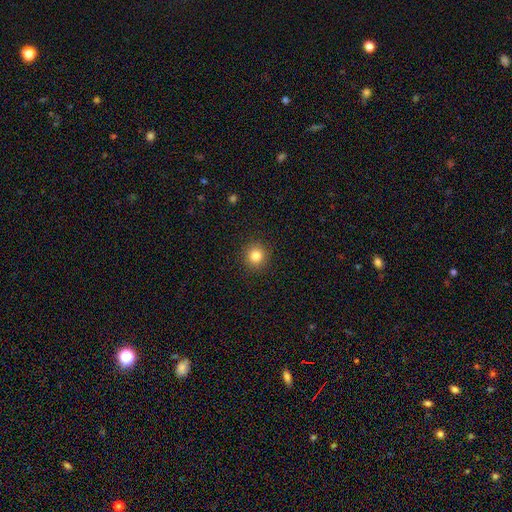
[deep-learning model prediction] The model was most divided on "smooth or featured": smooth: 83%, star or artifact: 12%, featured or disk: 6%. More confident: how rounded — round (93%); merging — none (92%).